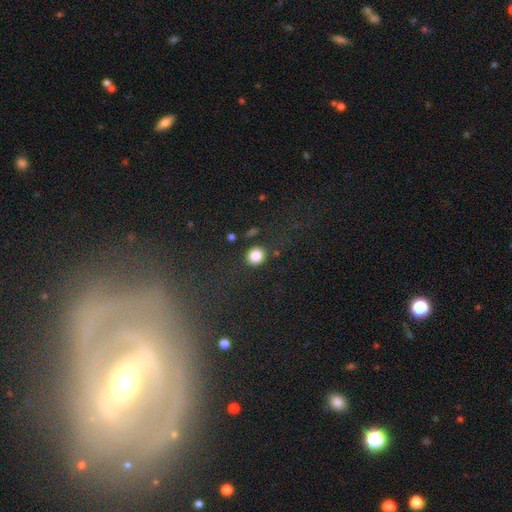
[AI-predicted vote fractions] smooth_or_featured: smooth (p=0.84) [alt: star or artifact p=0.10]
how_rounded: round (p=0.81) [alt: in between p=0.18]
merging: none (p=0.84) [alt: minor disturbance p=0.09]